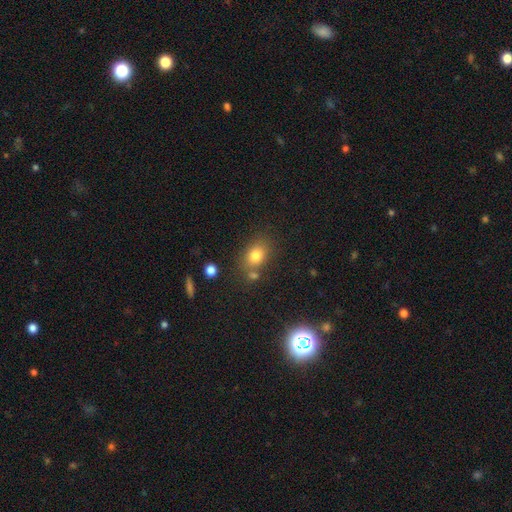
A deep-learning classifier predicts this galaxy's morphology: smooth_or_featured: smooth (p=0.78) [alt: star or artifact p=0.12]
how_rounded: in between (p=0.62) [alt: round p=0.36]
merging: none (p=0.66) [alt: merger p=0.15]